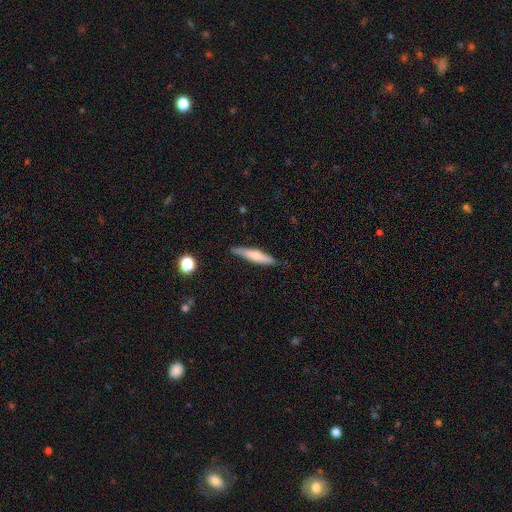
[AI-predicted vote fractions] smooth-or-featured: smooth: 58% | featured or disk: 36% | star or artifact: 7%
  how-rounded: cigar-shaped: 87% | in between: 12% | round: 2%
  merging: none: 84% | minor disturbance: 13% | major disturbance: 2% | merger: 1%